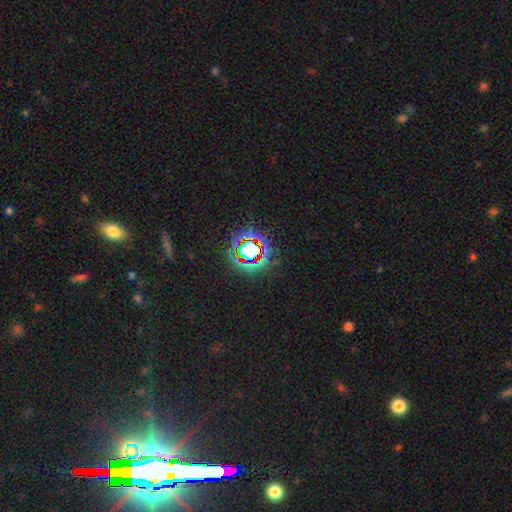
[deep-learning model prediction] This is clearly a star or artifact rather than a galaxy (81%).